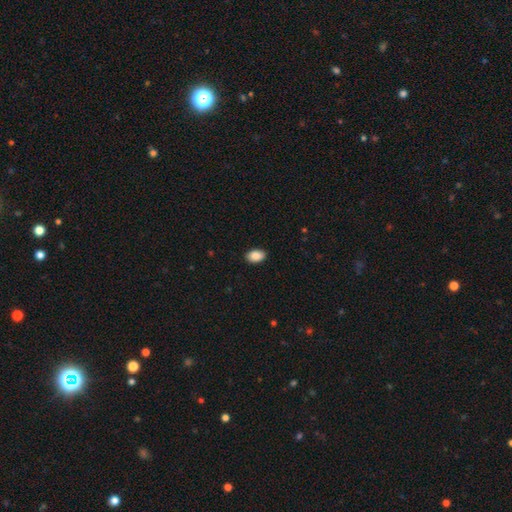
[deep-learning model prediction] smooth_or_featured: smooth (p=0.89) [alt: star or artifact p=0.07]
how_rounded: in between (p=0.89) [alt: round p=0.10]
merging: none (p=0.89) [alt: minor disturbance p=0.08]